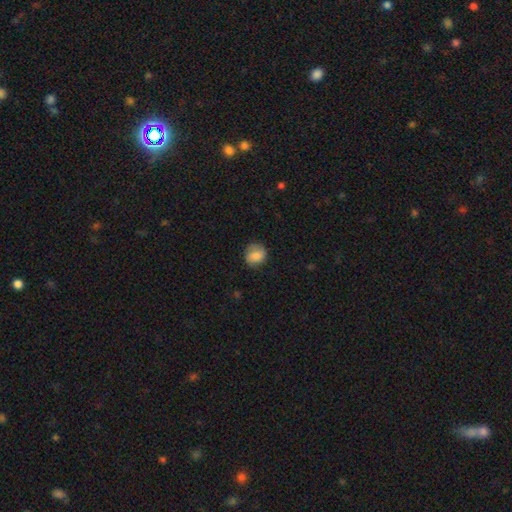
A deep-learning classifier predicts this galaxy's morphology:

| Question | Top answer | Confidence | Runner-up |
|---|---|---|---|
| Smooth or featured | smooth | 78% | featured or disk (14%) |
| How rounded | round | 74% | in between (25%) |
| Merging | none | 74% | minor disturbance (19%) |